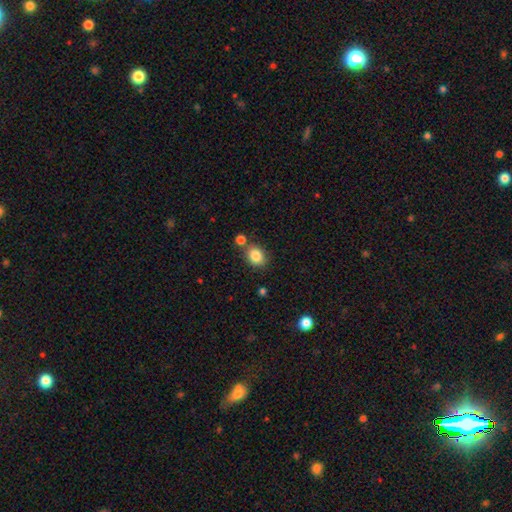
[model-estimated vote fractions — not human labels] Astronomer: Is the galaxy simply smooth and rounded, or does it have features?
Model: smooth — 85%.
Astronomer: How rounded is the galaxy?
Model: round — 53% (runner-up: in between, 46%).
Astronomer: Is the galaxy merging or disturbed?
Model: none — 69%.